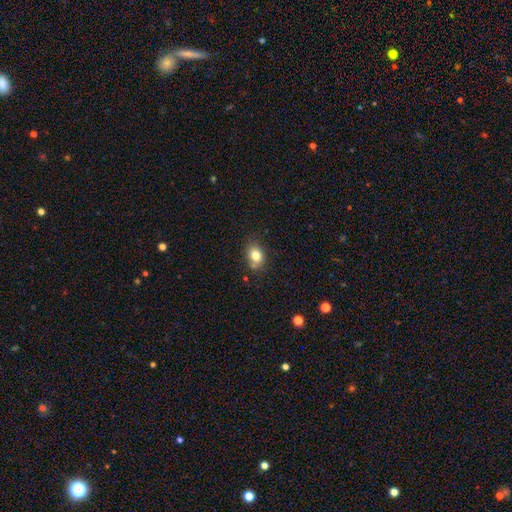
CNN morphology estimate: Smooth or featured? Predicted: smooth (p=0.81). How rounded? Predicted: in between (p=0.62). Merging? Predicted: none (p=0.72).